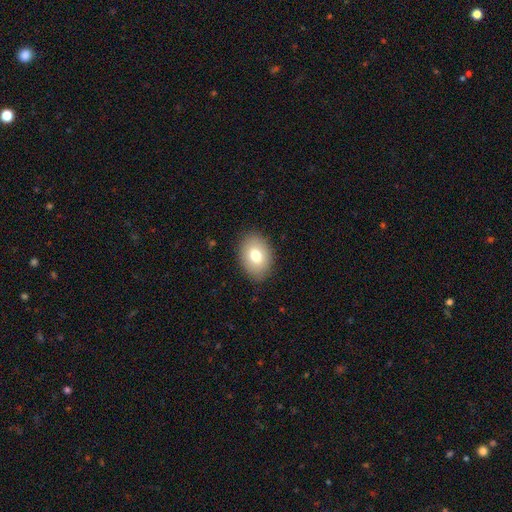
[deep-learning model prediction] smooth_or_featured: smooth (p=0.76) [alt: featured or disk p=0.15]
how_rounded: in between (p=0.78) [alt: round p=0.21]
merging: none (p=0.87) [alt: minor disturbance p=0.10]